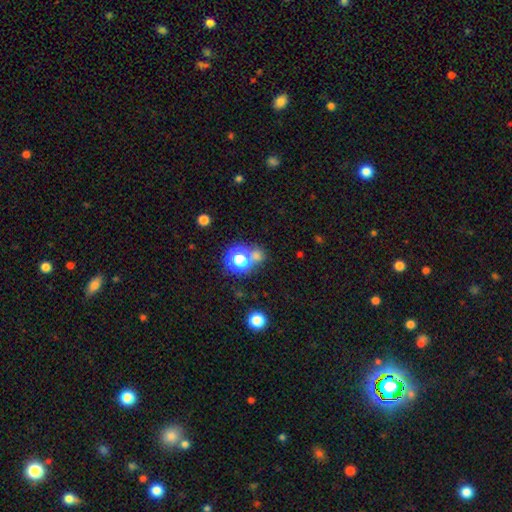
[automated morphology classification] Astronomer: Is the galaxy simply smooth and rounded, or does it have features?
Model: smooth — 59% (runner-up: star or artifact, 34%).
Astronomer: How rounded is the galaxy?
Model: round — 85%.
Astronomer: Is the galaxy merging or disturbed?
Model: none — 65%.